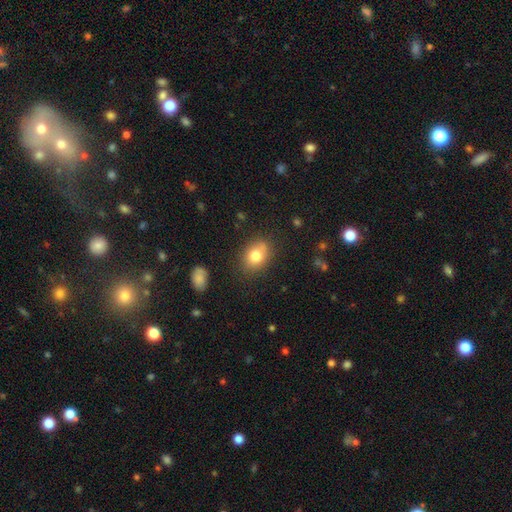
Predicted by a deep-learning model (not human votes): A smooth galaxy with no disk features (79%) that is in between round and cigar-shaped (65%).

Vote fractions:
- Smooth or featured? smooth: 79% / featured or disk: 11% / star or artifact: 9%
- How rounded? in between: 65% / round: 34% / cigar-shaped: 1%
- Merging? none: 74% / minor disturbance: 17% / merger: 5% / major disturbance: 4%